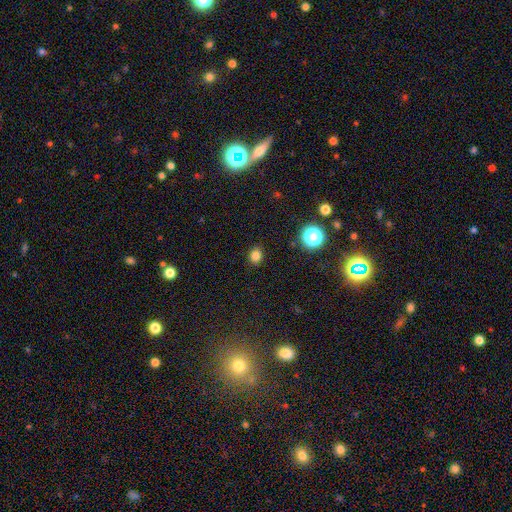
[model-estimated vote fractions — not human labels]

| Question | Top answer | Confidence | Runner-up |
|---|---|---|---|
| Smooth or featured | smooth | 80% | star or artifact (15%) |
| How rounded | round | 64% | in between (35%) |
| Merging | none | 89% | minor disturbance (8%) |